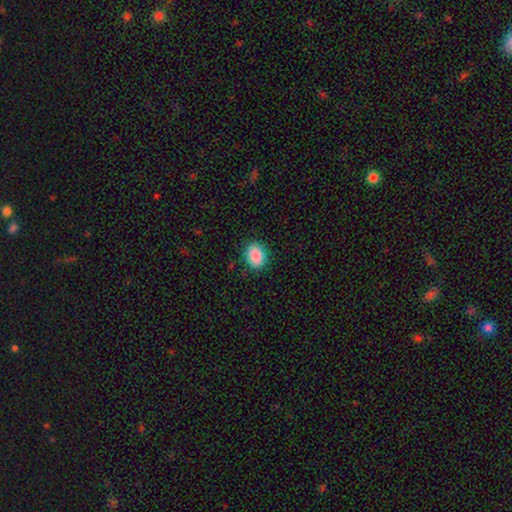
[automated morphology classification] Overall: smooth (89%). How rounded: in between (69%; round 30%). Merging: none (88%).